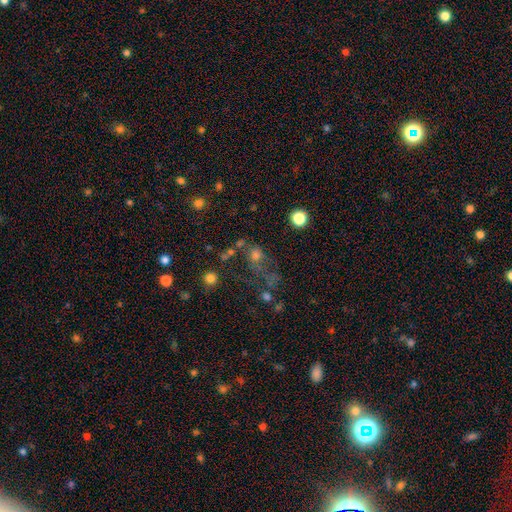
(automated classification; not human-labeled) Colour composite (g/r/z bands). It shows a smooth galaxy with no disk features (55%) that is round (65%). Merging: none (40%).